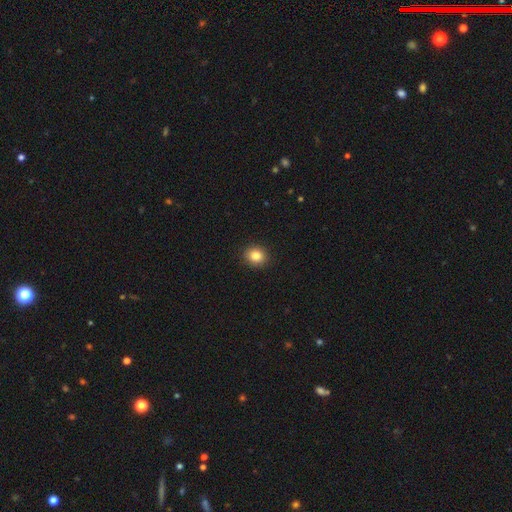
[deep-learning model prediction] This appears to be a smooth galaxy with no disk features (84%) that is round (74%). Merging: none (92%).